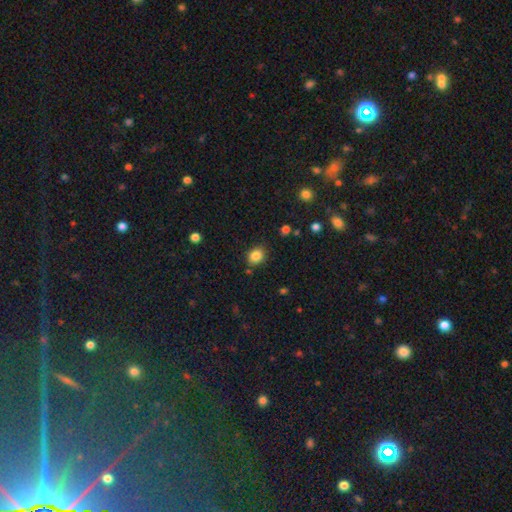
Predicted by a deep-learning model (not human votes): A smooth galaxy with no disk features (84%) that is round (55%).

Vote fractions:
- Smooth or featured? smooth: 84% / star or artifact: 11% / featured or disk: 6%
- How rounded? round: 55% / in between: 45% / cigar-shaped: 1%
- Merging? none: 83% / minor disturbance: 11% / merger: 3% / major disturbance: 3%